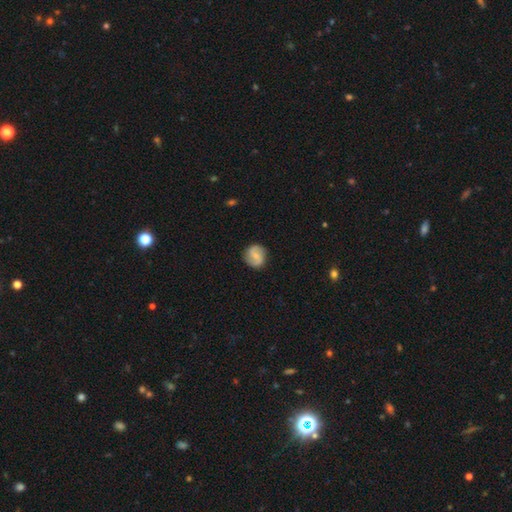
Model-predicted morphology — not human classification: Smooth or featured? Predicted: featured or disk (p=0.63). Edge-on disk? Predicted: no (p=0.98). Bar? Predicted: weak (p=0.47). Spiral arms? Predicted: yes (p=0.91). Spiral winding? Predicted: medium (p=0.47). Spiral arm count? Predicted: 2 (p=0.91). Bulge size? Predicted: small (p=0.56). Merging? Predicted: none (p=0.87).